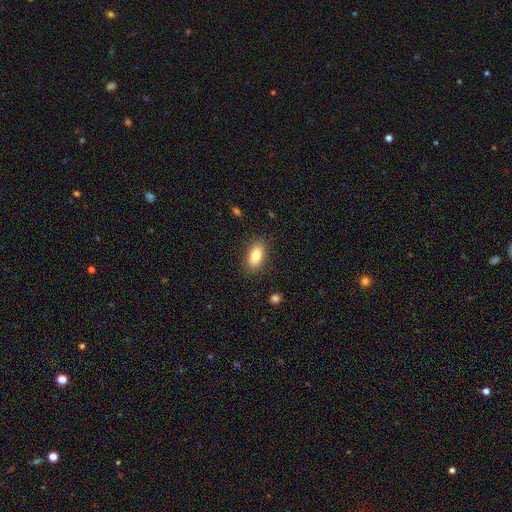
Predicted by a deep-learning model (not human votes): A smooth galaxy with no disk features (83%) that is in between round and cigar-shaped (87%). Merging: none (86%).